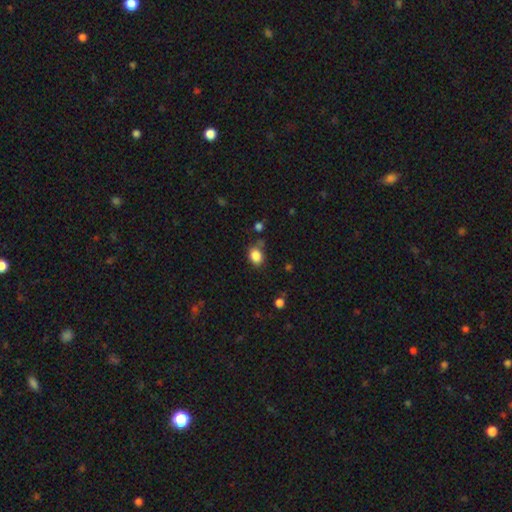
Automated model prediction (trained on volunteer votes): smooth 85%, star or artifact 10%, featured or disk 5%. Down the decision tree: how rounded — round (50%); merging — none (71%).